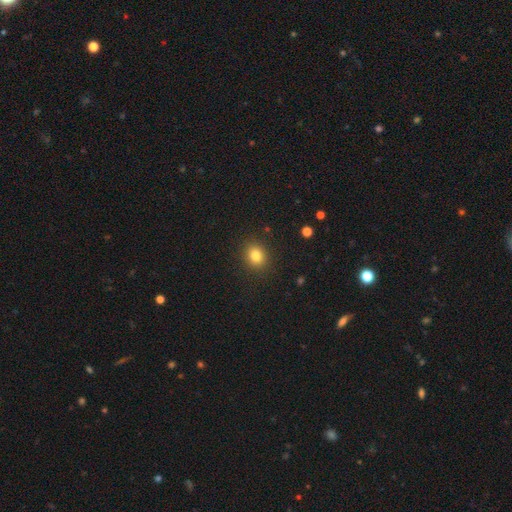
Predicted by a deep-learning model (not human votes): A smooth galaxy with no disk features (82%) that is round (62%). Merging: none (89%).